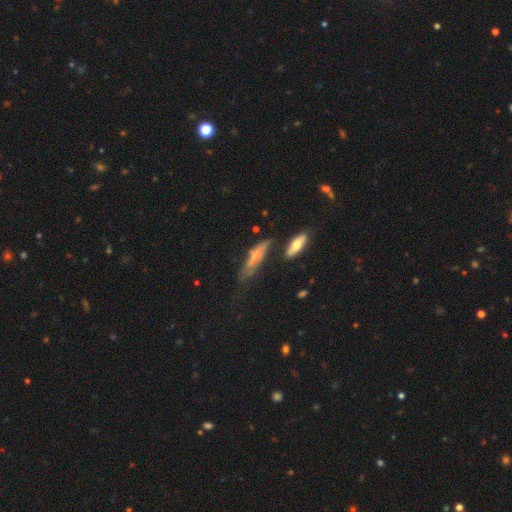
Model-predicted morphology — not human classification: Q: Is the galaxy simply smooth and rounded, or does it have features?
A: smooth — 50%.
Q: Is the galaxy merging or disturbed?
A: none — 40%.